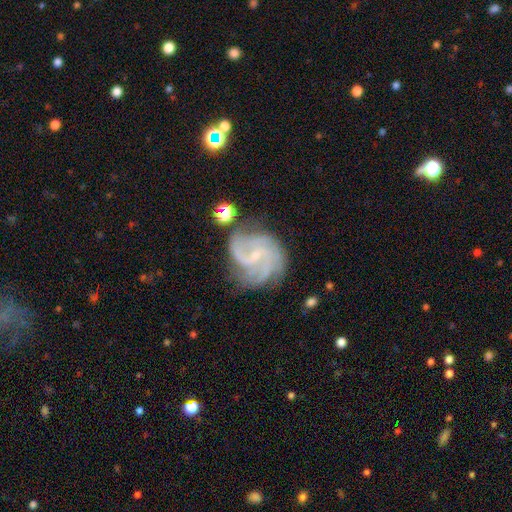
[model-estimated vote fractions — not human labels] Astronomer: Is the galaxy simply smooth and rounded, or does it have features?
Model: featured or disk — 86%.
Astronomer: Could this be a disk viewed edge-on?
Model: no — 98%.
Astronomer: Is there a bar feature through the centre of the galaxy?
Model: no — 45% (runner-up: weak, 44%).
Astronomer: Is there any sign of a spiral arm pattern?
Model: yes — 97%.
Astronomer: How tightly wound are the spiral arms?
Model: medium — 48% (runner-up: tight, 34%).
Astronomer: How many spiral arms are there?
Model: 3 — 37% (runner-up: 2, 19%).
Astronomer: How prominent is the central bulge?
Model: small — 80%.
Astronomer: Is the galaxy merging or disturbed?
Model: none — 63%.